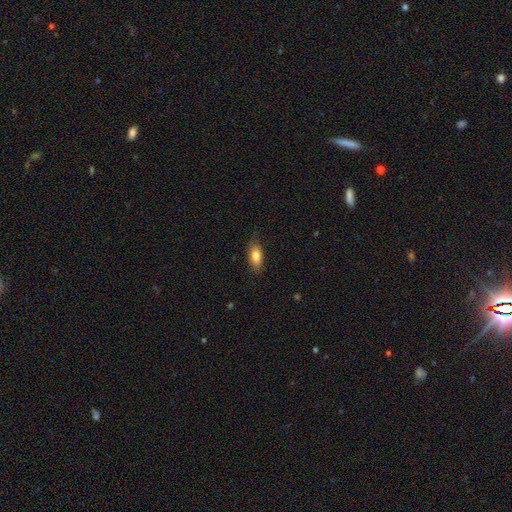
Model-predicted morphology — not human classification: smooth 79%, featured or disk 14%, star or artifact 7%. Down the decision tree: how rounded — in between (84%); merging — none (77%).